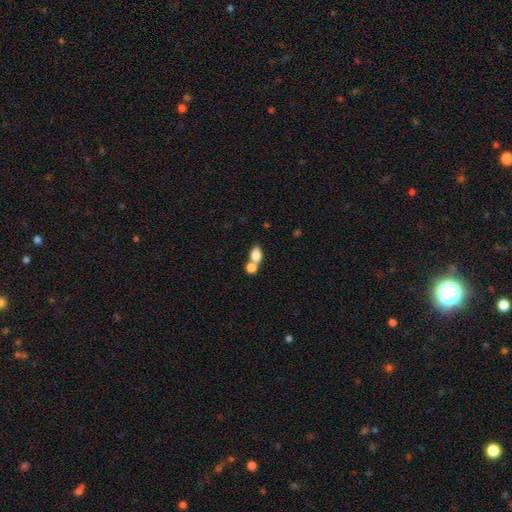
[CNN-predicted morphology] Q: Smooth or featured?
A: smooth (80%); runner-up: featured or disk (11%)
Q: How rounded?
A: in between (83%); runner-up: round (14%)
Q: Merging?
A: merger (52%); runner-up: none (35%)